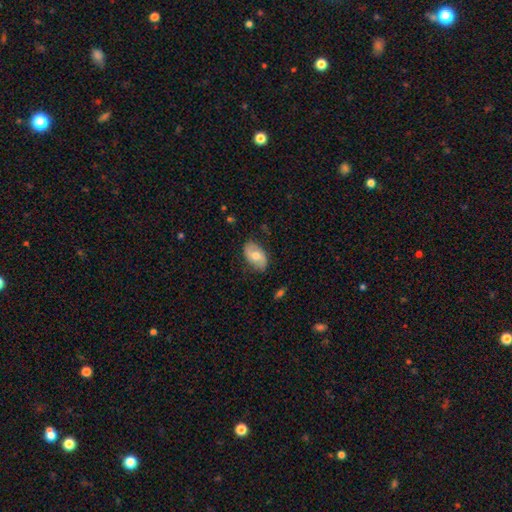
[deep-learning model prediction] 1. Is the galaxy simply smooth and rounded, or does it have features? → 55% smooth, 39% featured or disk, 6% star or artifact.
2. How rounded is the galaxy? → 92% in between, 7% round, 2% cigar-shaped.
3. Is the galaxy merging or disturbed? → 79% none, 16% minor disturbance, 3% major disturbance, 1% merger.